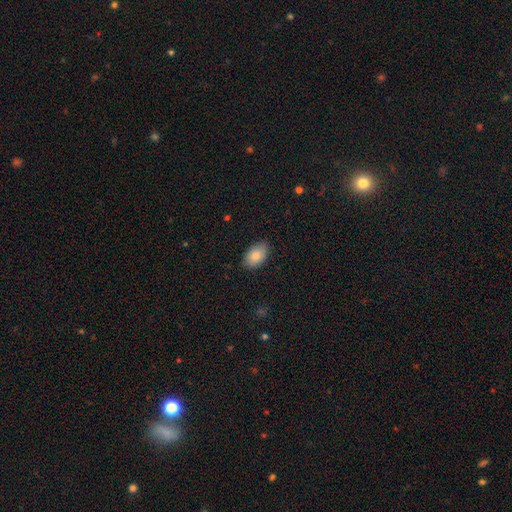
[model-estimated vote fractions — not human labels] This appears to be a smooth galaxy with no disk features (85%) that is in between round and cigar-shaped (91%). Merging: none (85%).